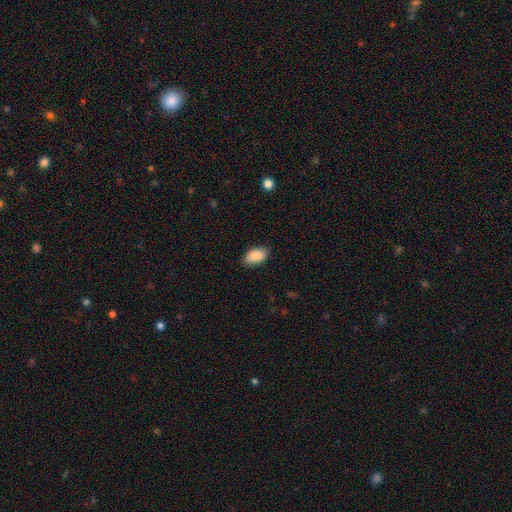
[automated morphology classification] Smooth or featured: smooth — 89% (star or artifact — 7%)
How rounded: in between — 93% (round — 4%)
Merging: none — 84% (minor disturbance — 12%)